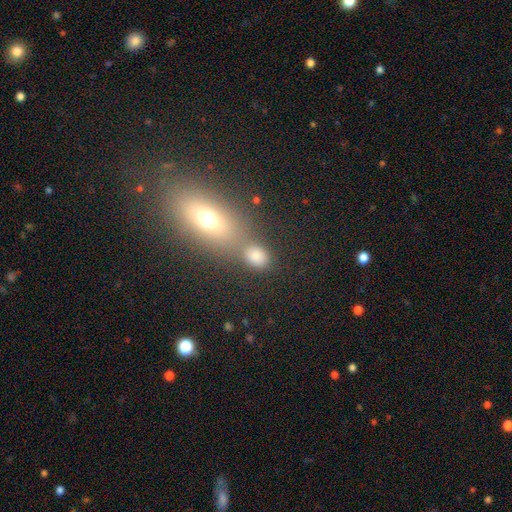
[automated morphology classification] This is likely a smooth galaxy (75%). How rounded: possibly in between (51%). Merging: possibly none (59%).